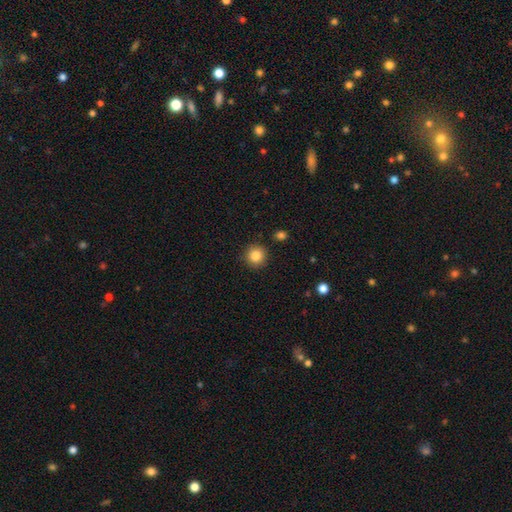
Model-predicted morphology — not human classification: Overall: smooth (85%). How rounded: round (94%). Merging: none (90%).